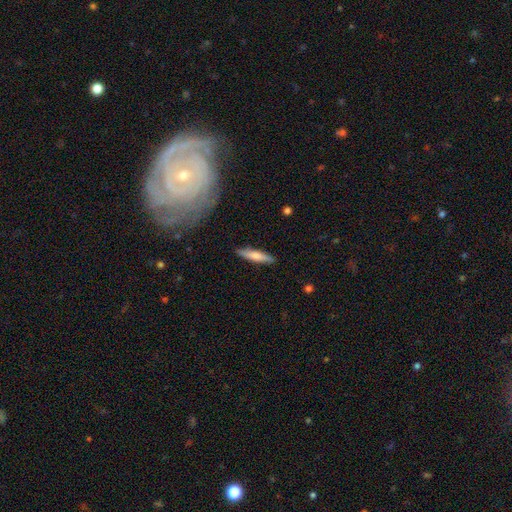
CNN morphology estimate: type=smooth (68%); roundness=cigar-shaped (86%); merging=none (89%).